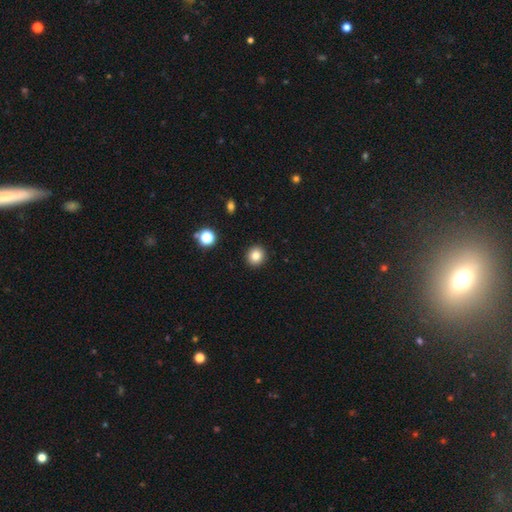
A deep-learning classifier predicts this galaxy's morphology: smooth-or-featured: smooth: 83% | star or artifact: 11% | featured or disk: 6%
  how-rounded: round: 86% | in between: 13% | cigar-shaped: 1%
  merging: none: 92% | minor disturbance: 5% | major disturbance: 2% | merger: 1%